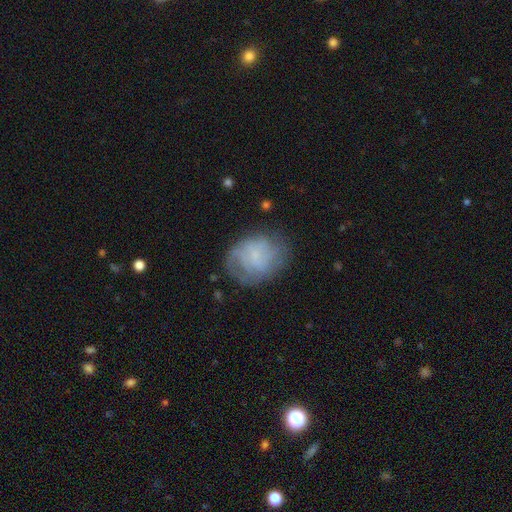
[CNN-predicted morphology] The model was most divided on "smooth or featured": featured or disk: 49%, smooth: 42%, star or artifact: 9%. More confident: merging — none (62%).